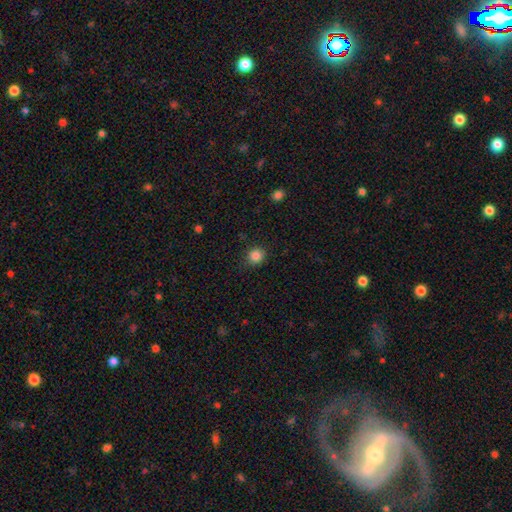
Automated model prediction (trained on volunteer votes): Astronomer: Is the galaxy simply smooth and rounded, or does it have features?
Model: smooth — 85%.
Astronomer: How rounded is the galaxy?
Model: round — 88%.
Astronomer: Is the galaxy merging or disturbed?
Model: none — 88%.